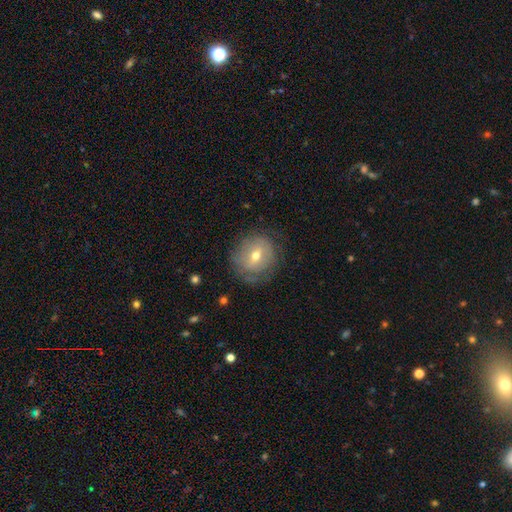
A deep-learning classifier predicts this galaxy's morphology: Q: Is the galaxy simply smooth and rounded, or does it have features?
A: smooth — 51%.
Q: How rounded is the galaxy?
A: round — 84%.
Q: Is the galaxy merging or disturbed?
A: none — 70%.